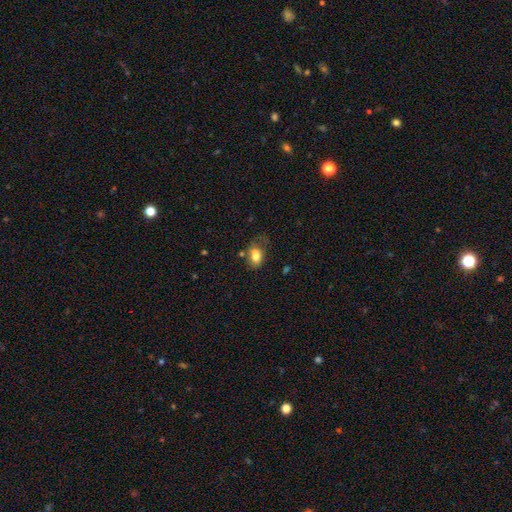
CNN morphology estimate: This is likely a smooth galaxy (76%). How rounded: clearly in between (82%). Merging: marginally none (40%).